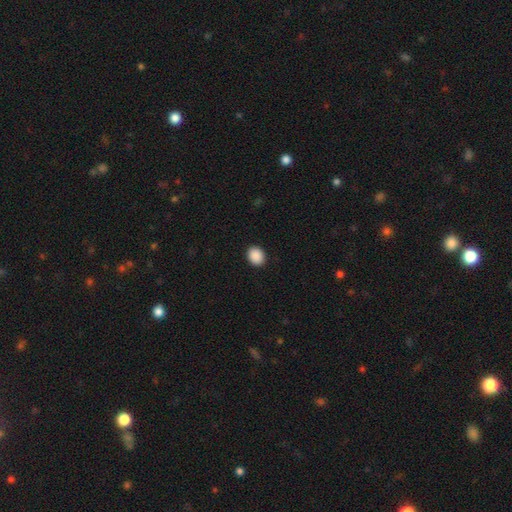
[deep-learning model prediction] smooth-or-featured: smooth: 90% | star or artifact: 8% | featured or disk: 2%
  how-rounded: round: 53% | in between: 46% | cigar-shaped: 1%
  merging: none: 92% | minor disturbance: 6% | major disturbance: 2% | merger: 1%